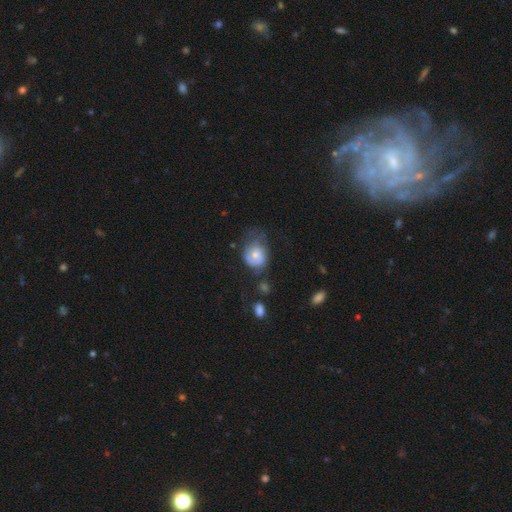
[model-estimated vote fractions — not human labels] Smooth or featured?
  - smooth: 53% *
  - featured or disk: 39%
  - star or artifact: 8%
How rounded?
  - round: 56% *
  - in between: 43%
  - cigar-shaped: 1%
Merging?
  - none: 36% *
  - minor disturbance: 33%
  - major disturbance: 26%
  - merger: 4%